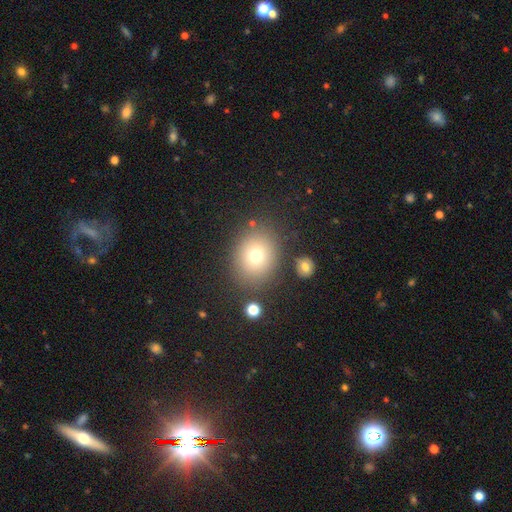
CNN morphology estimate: Overall: smooth (73%). How rounded: round (64%; in between 35%). Merging: none (81%).